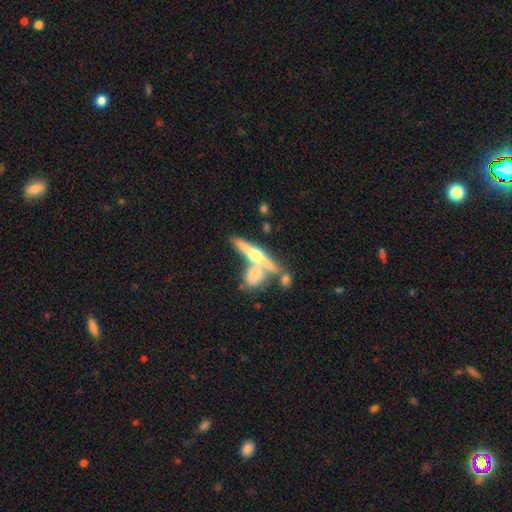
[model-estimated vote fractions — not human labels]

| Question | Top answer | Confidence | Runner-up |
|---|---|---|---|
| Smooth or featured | featured or disk | 67% | smooth (26%) |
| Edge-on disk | yes | 93% | no (7%) |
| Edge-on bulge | rounded | 93% | none (4%) |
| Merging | none | 52% | merger (34%) |